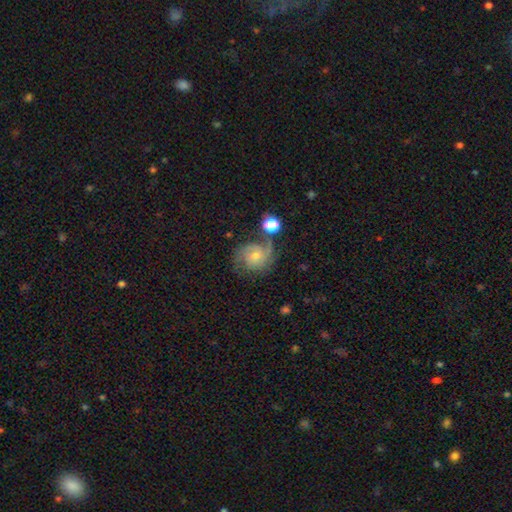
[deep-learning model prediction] This appears to be a featured or disk galaxy (75%) with no bar (72%), 2 (49%) tight (43%, tied with medium) spiral arms (95%) and a small central bulge (54%). Merging: none (64%).